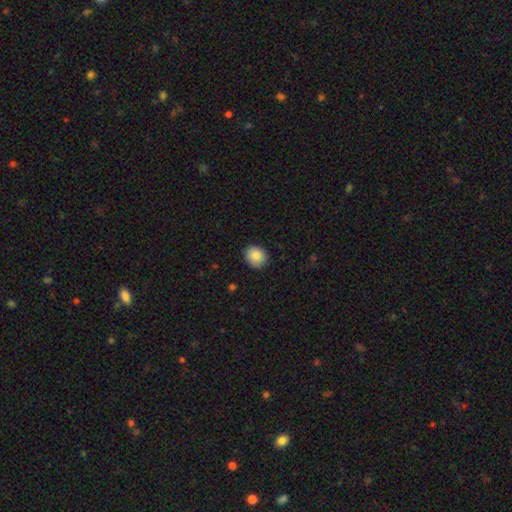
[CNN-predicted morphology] The model was most divided on "how rounded": round: 66%, in between: 33%, cigar-shaped: 1%. More confident: smooth or featured — smooth (88%); merging — none (88%).